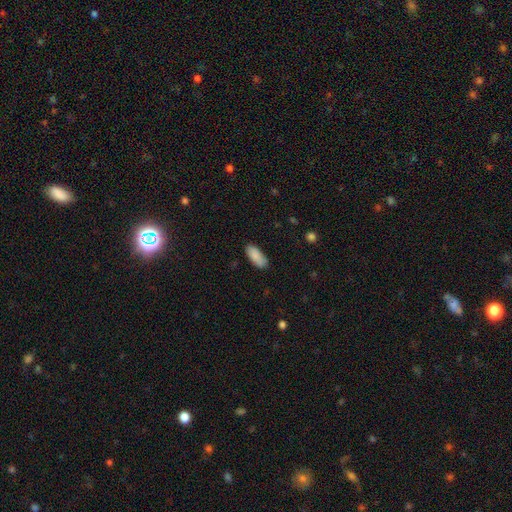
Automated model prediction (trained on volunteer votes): This is clearly a smooth galaxy (89%). How rounded: clearly in between (85%). Merging: clearly none (83%).